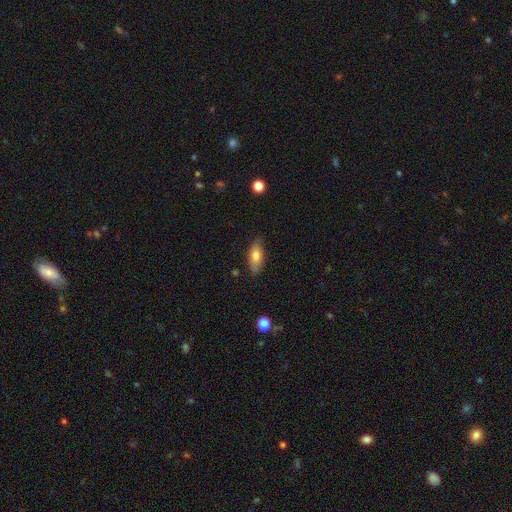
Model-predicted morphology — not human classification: smooth_or_featured: smooth (p=0.75) [alt: featured or disk p=0.18]
how_rounded: in between (p=0.77) [alt: cigar-shaped p=0.19]
merging: none (p=0.80) [alt: minor disturbance p=0.16]